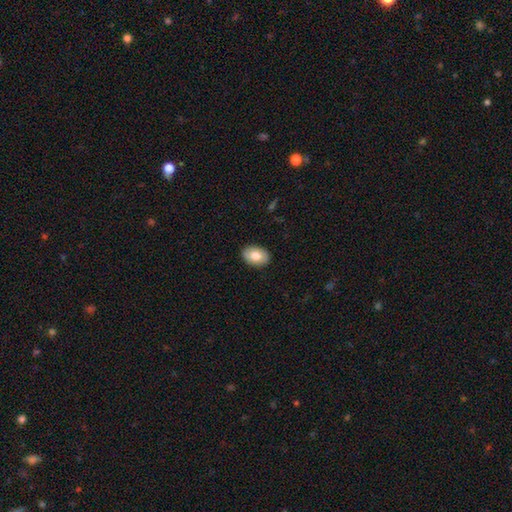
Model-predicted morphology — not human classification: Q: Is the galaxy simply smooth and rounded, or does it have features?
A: smooth — 79%.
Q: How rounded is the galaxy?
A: in between — 84%.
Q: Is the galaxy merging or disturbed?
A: none — 89%.